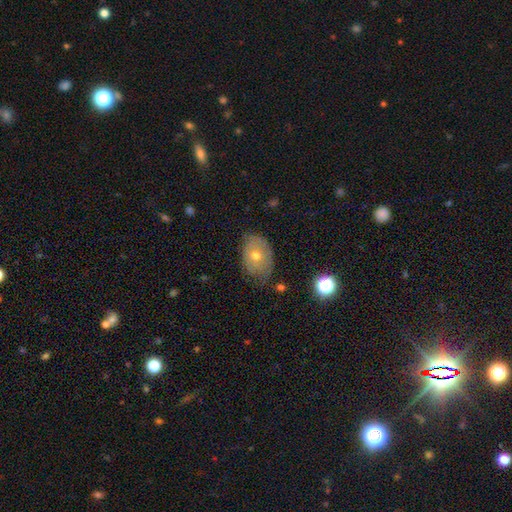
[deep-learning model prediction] This is possibly a smooth galaxy (59%). How rounded: likely in between (75%). Merging: possibly none (59%).